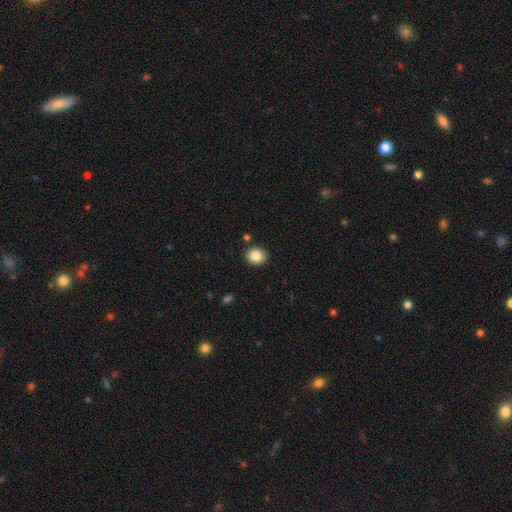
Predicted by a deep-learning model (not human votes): Smooth or featured?
  - smooth: 86% *
  - star or artifact: 9%
  - featured or disk: 5%
How rounded?
  - round: 80% *
  - in between: 19%
  - cigar-shaped: 1%
Merging?
  - none: 89% *
  - minor disturbance: 7%
  - merger: 3%
  - major disturbance: 2%